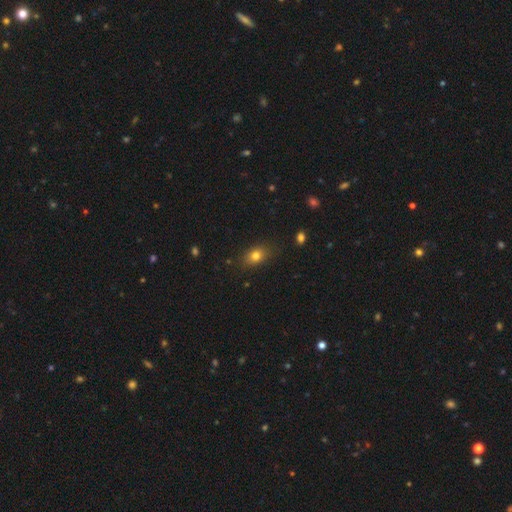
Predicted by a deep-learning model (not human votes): This appears to be a smooth galaxy with no disk features (79%) that is in between round and cigar-shaped (69%). Merging: none (81%).